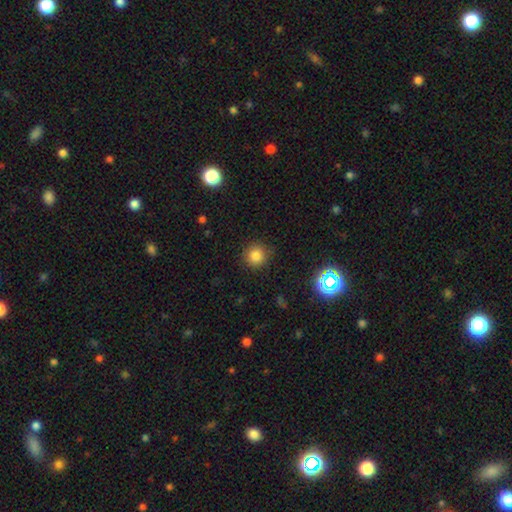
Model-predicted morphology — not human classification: The model was most divided on "smooth or featured": smooth: 82%, star or artifact: 13%, featured or disk: 5%. More confident: how rounded — round (92%); merging — none (88%).